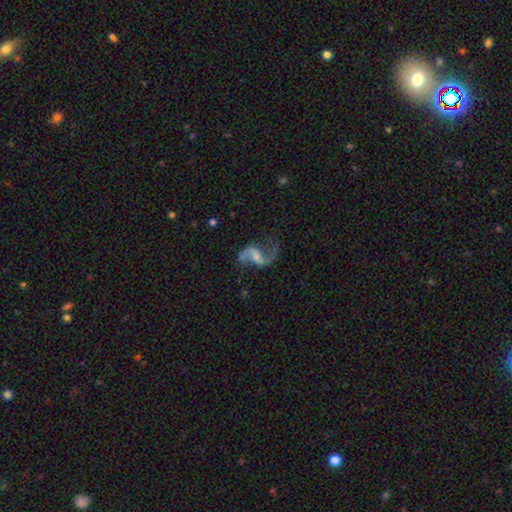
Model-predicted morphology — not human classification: Smooth or featured?
  - featured or disk: 89% *
  - smooth: 6%
  - star or artifact: 5%
Edge-on disk?
  - no: 98% *
  - yes: 2%
Bar?
  - weak: 48% *
  - no: 29%
  - strong: 23%
Spiral arms?
  - yes: 96% *
  - no: 4%
Spiral winding?
  - loose: 82% *
  - medium: 15%
  - tight: 3%
Spiral arm count?
  - 2: 92% *
  - 1: 4%
  - can't tell: 2%
  - 3: 1%
  - 4: 1%
  - more than 4: 1%
Bulge size?
  - none: 37% *
  - small: 36%
  - moderate: 21%
  - large: 4%
  - dominant: 1%
Merging?
  - none: 66% *
  - minor disturbance: 16%
  - major disturbance: 15%
  - merger: 4%